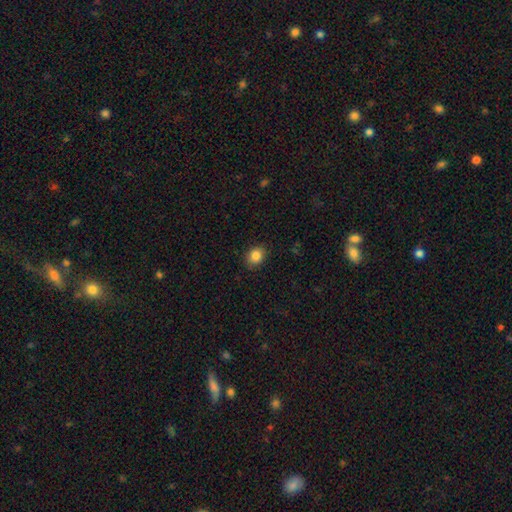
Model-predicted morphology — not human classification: smooth_or_featured: smooth (p=0.86) [alt: star or artifact p=0.10]
how_rounded: round (p=0.54) [alt: in between p=0.45]
merging: none (p=0.88) [alt: minor disturbance p=0.08]